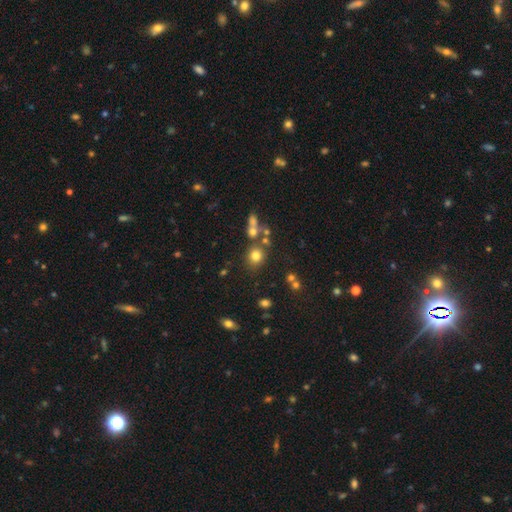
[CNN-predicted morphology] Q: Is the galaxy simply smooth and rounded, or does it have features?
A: smooth — 74%.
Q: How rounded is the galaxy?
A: round — 78%.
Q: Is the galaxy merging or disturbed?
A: none — 71%.